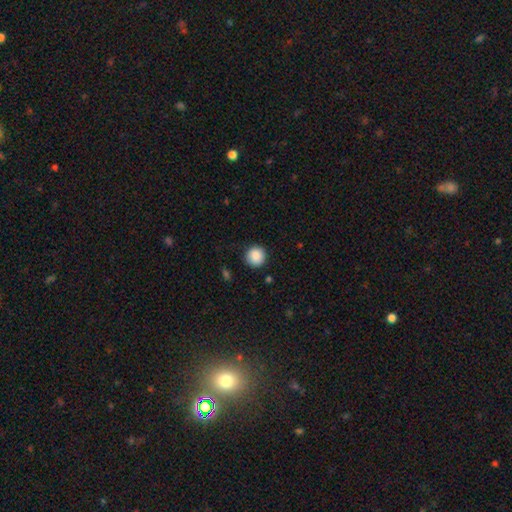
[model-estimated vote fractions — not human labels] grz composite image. It shows a smooth galaxy with no disk features (88%) that is round (95%). Merging: none (90%).